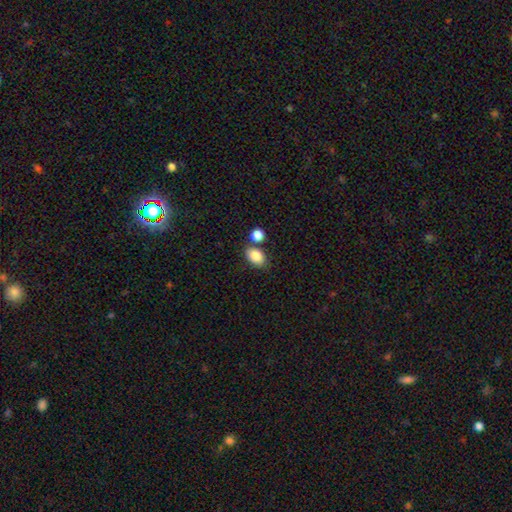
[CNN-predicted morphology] This appears to be a smooth galaxy with no disk features (86%) that is in between round and cigar-shaped (82%). Merging: none (66%).